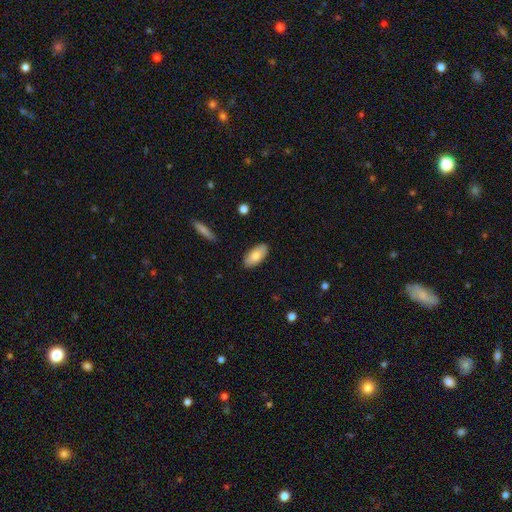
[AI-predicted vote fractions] smooth 77%, featured or disk 16%, star or artifact 6%. Down the decision tree: how rounded — in between (92%); merging — none (87%).